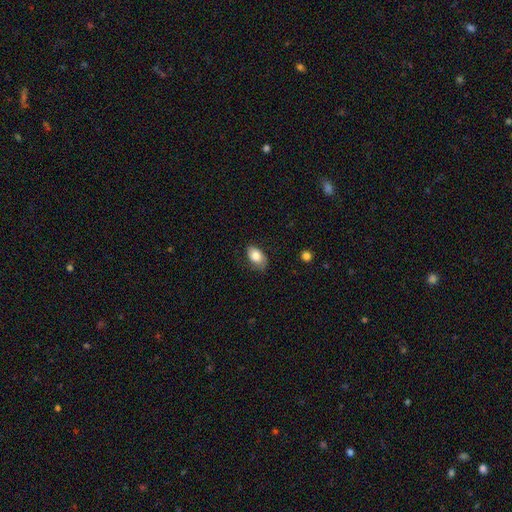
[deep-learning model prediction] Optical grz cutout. It shows a smooth galaxy with no disk features (79%) that is in between round and cigar-shaped (91%). Merging: none (70%).